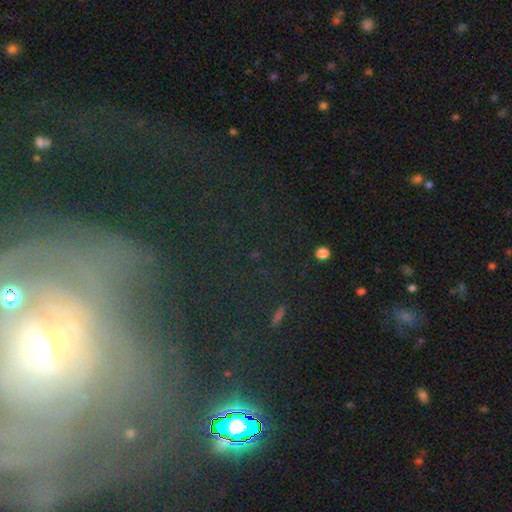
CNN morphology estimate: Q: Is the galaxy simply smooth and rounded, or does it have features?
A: featured or disk — 52%.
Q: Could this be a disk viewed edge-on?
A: no — 88%.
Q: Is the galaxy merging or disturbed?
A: none — 52%.